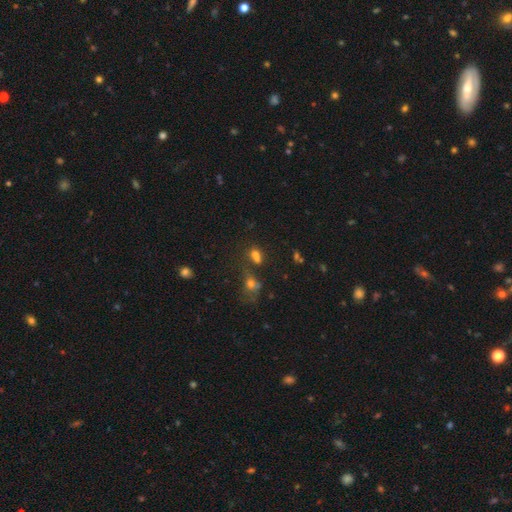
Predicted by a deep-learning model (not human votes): This is likely a smooth galaxy (67%). How rounded: likely in between (64%). Merging: marginally none (45%).